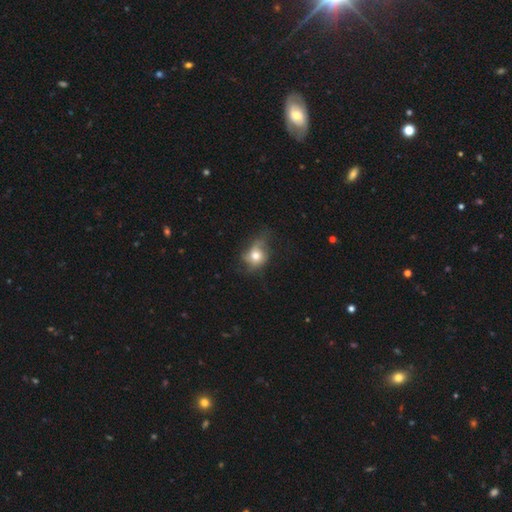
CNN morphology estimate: smooth-or-featured: smooth: 58% | featured or disk: 32% | star or artifact: 10%
  how-rounded: round: 56% | in between: 43% | cigar-shaped: 1%
  merging: none: 43% | minor disturbance: 29% | major disturbance: 26% | merger: 2%